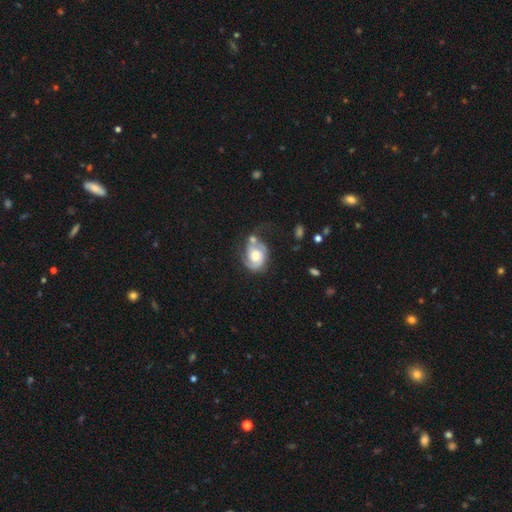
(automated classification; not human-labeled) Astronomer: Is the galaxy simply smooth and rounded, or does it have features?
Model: featured or disk — 74%.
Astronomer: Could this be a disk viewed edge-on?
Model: no — 97%.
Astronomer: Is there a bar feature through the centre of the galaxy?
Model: no — 71%.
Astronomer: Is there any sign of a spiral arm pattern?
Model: yes — 91%.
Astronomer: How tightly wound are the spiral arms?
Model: tight — 49% (runner-up: medium, 36%).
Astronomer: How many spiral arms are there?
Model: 2 — 63%.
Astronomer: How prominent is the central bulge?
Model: moderate — 64%.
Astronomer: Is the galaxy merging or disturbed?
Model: none — 41% (runner-up: minor disturbance, 25%).